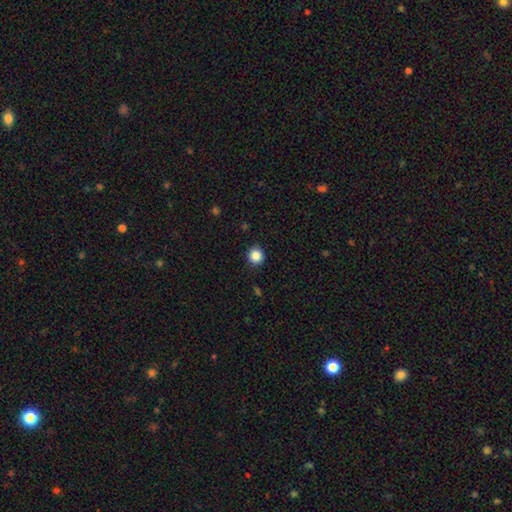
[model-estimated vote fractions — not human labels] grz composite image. It shows a smooth galaxy with no disk features (87%) that is round (91%). Merging: none (90%).